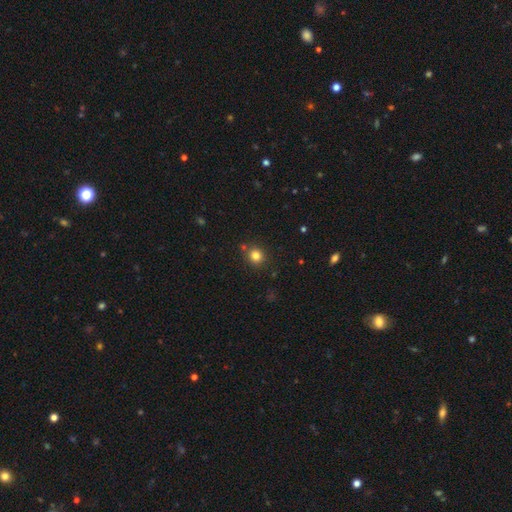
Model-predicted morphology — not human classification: smooth_or_featured: smooth (p=0.81) [alt: star or artifact p=0.13]
how_rounded: round (p=0.87) [alt: in between p=0.12]
merging: none (p=0.83) [alt: minor disturbance p=0.08]